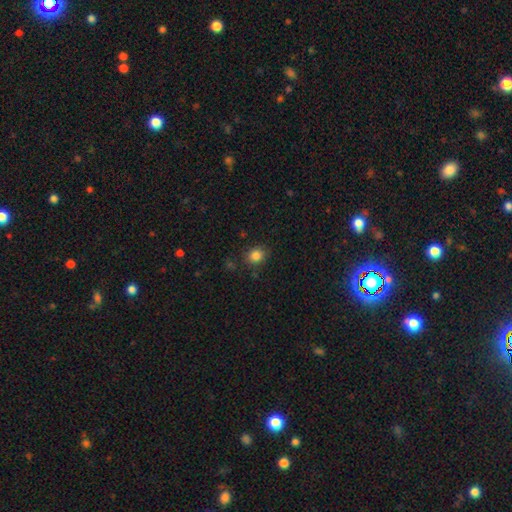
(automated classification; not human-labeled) smooth_or_featured: smooth (p=0.83) [alt: star or artifact p=0.11]
how_rounded: round (p=0.71) [alt: in between p=0.28]
merging: none (p=0.83) [alt: minor disturbance p=0.12]